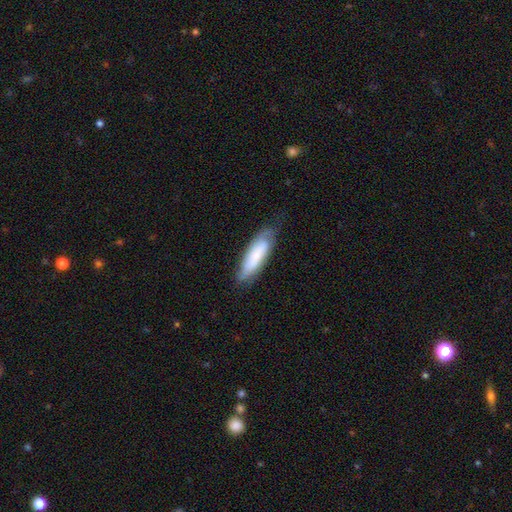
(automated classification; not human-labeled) The model was most divided on "how rounded": cigar-shaped: 53%, in between: 46%, round: 2%. More confident: merging — none (68%); smooth or featured — smooth (59%).